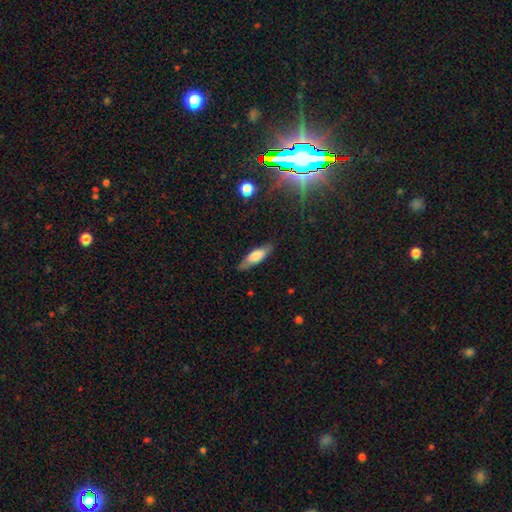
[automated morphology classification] This appears to be a smooth galaxy with no disk features (69%) that is cigar-shaped (52%). Merging: none (82%).